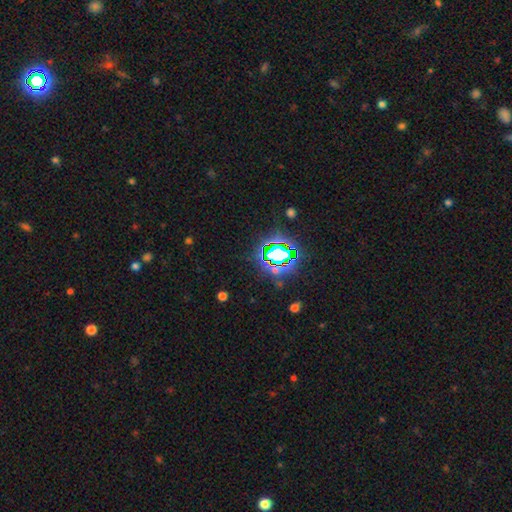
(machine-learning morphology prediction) The model was most divided on "smooth or featured": star or artifact: 82%, smooth: 11%, featured or disk: 7%.